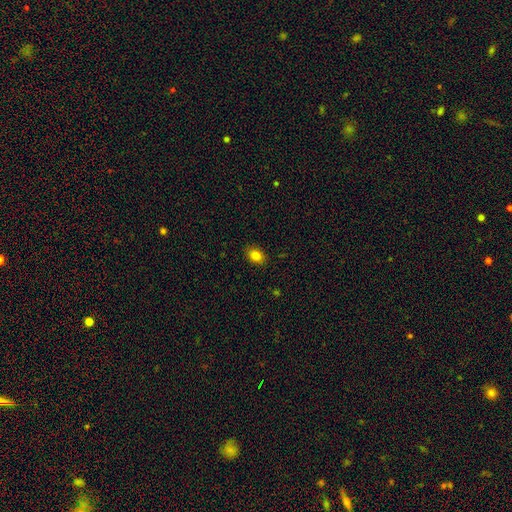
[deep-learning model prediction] smooth-or-featured: smooth: 82% | star or artifact: 10% | featured or disk: 7%
  how-rounded: in between: 71% | round: 28% | cigar-shaped: 1%
  merging: none: 88% | minor disturbance: 9% | major disturbance: 2% | merger: 1%